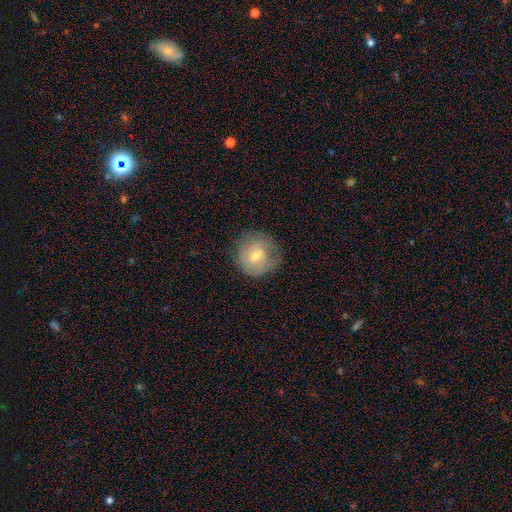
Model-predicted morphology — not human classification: type=smooth (50%); roundness=round (87%); merging=none (66%).